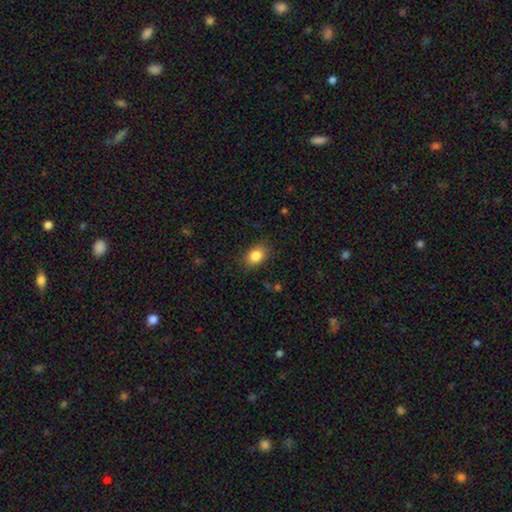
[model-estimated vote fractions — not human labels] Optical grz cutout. It shows a smooth galaxy with no disk features (85%) that is in between round and cigar-shaped (71%). Merging: none (85%).